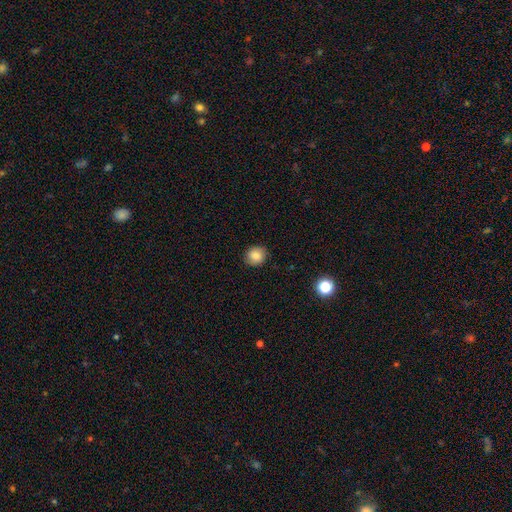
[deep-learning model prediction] A smooth galaxy with no disk features (85%) that is round (83%).

Vote fractions:
- Smooth or featured? smooth: 85% / star or artifact: 10% / featured or disk: 5%
- How rounded? round: 83% / in between: 16% / cigar-shaped: 1%
- Merging? none: 89% / minor disturbance: 8% / major disturbance: 2% / merger: 1%